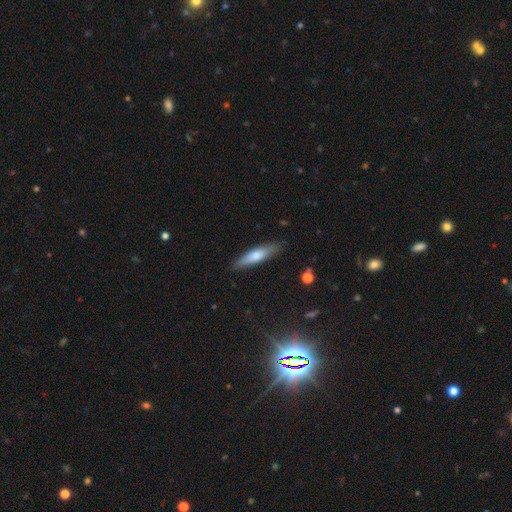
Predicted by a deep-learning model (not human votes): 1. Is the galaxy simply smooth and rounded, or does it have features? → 67% smooth, 28% featured or disk, 6% star or artifact.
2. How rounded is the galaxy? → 79% cigar-shaped, 20% in between, 2% round.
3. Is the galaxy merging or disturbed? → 86% none, 11% minor disturbance, 2% major disturbance, 1% merger.